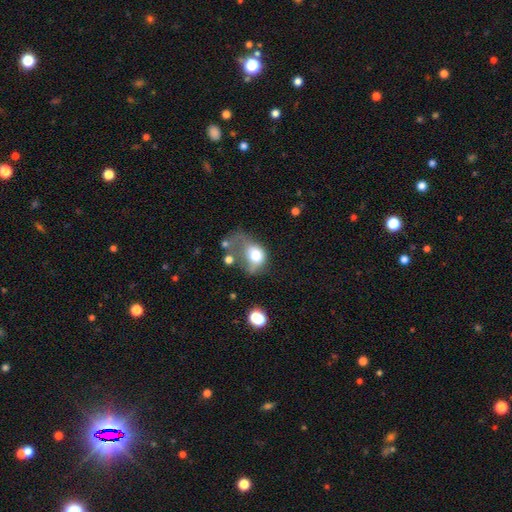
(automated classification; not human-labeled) A smooth galaxy with no disk features (64%) that is in between round and cigar-shaped (58%). Merging: major disturbance (55%).